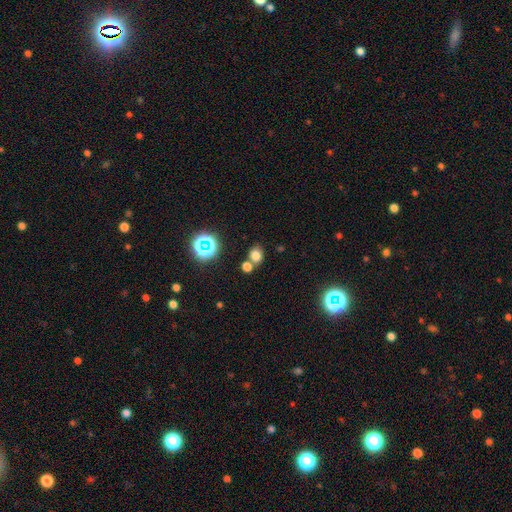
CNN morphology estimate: Smooth or featured?
  - smooth: 73% *
  - star or artifact: 19%
  - featured or disk: 8%
How rounded?
  - round: 58% *
  - in between: 41%
  - cigar-shaped: 1%
Merging?
  - none: 59% *
  - merger: 28%
  - minor disturbance: 10%
  - major disturbance: 4%